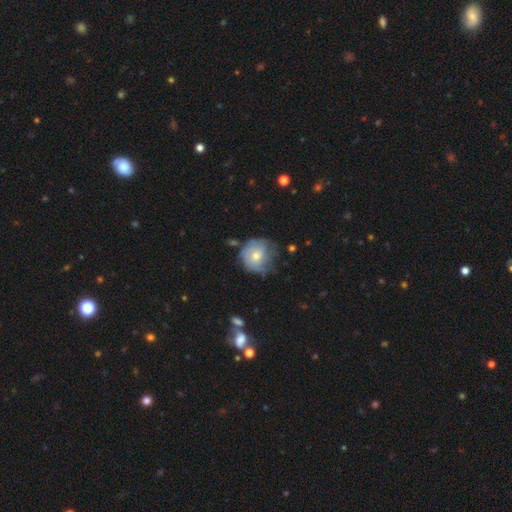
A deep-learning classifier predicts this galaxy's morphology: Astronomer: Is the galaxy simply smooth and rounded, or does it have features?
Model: smooth — 49% (runner-up: featured or disk, 44%).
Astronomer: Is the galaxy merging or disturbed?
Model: none — 53% (runner-up: minor disturbance, 31%).